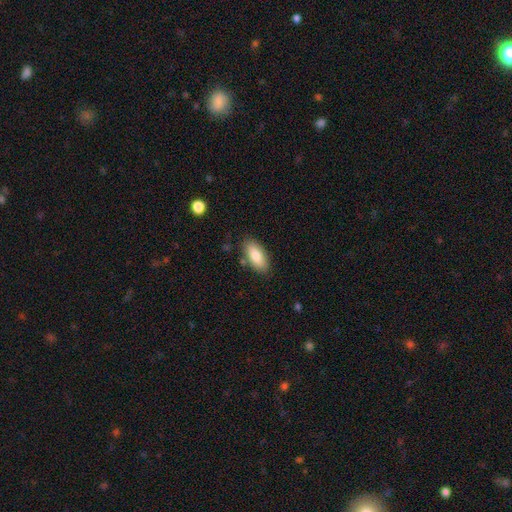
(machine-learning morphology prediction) A smooth galaxy with no disk features (81%) that is in between round and cigar-shaped (86%).

Vote fractions:
- Smooth or featured? smooth: 81% / featured or disk: 13% / star or artifact: 6%
- How rounded? in between: 86% / cigar-shaped: 11% / round: 2%
- Merging? none: 82% / minor disturbance: 12% / merger: 3% / major disturbance: 3%